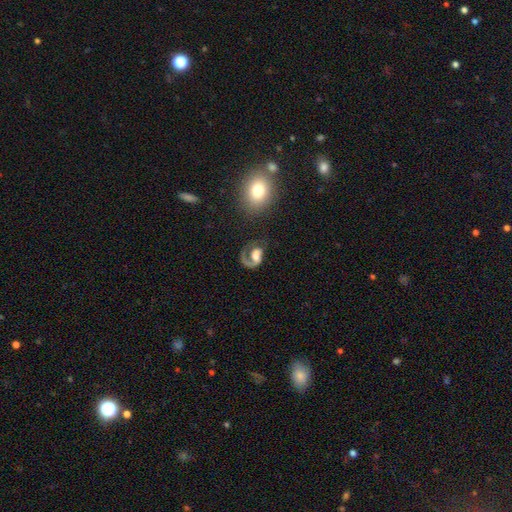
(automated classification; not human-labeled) Overall: featured or disk (71%). Edge-on disk: no (98%). Bar: no (54%; weak 33%). Spiral arms: yes (87%). Spiral arm count: 1 (74%). Spiral winding: loose (40%; medium 39%). Bulge size: moderate (37%; large 24%). Merging: major disturbance (39%; none 35%).